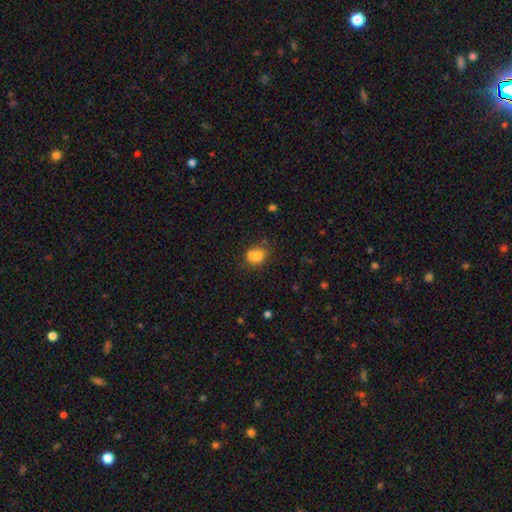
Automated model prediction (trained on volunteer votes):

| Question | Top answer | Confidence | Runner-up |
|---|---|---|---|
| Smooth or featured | smooth | 74% | featured or disk (14%) |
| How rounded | in between | 49% | tied: round (49%) |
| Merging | merger | 40% | none (39%) |